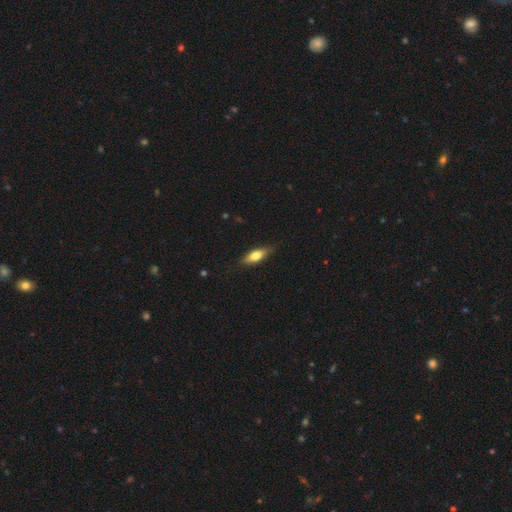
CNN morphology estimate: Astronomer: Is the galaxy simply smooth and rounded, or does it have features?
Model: smooth — 64%.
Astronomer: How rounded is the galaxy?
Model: in between — 62%.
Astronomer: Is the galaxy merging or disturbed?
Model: none — 80%.